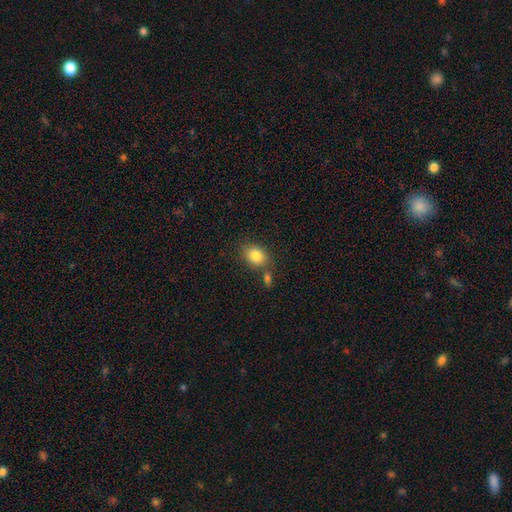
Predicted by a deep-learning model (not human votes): Q: Smooth or featured?
A: smooth (84%); runner-up: star or artifact (9%)
Q: How rounded?
A: in between (59%); runner-up: round (40%)
Q: Merging?
A: none (68%); runner-up: merger (15%)